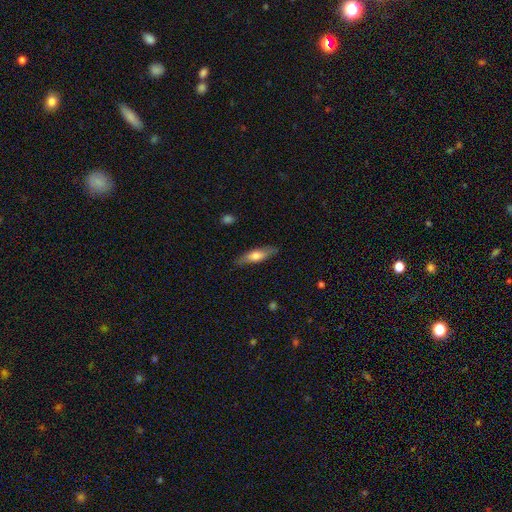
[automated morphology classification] smooth-or-featured: smooth: 61% | featured or disk: 32% | star or artifact: 6%
  how-rounded: cigar-shaped: 56% | in between: 41% | round: 2%
  merging: none: 82% | minor disturbance: 14% | major disturbance: 3% | merger: 1%